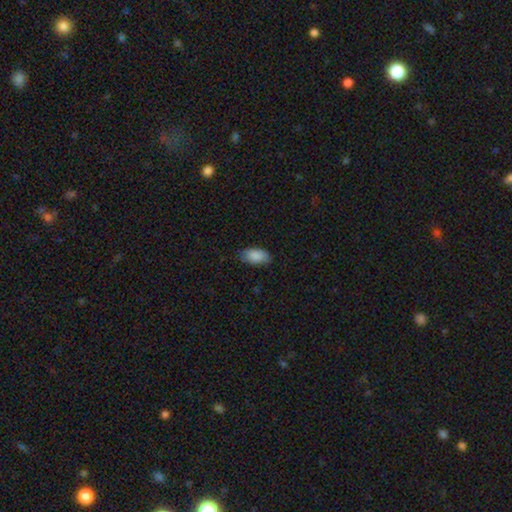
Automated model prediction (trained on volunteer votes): Smooth or featured? smooth (88%)
How rounded? in between (94%)
Merging? none (79%)